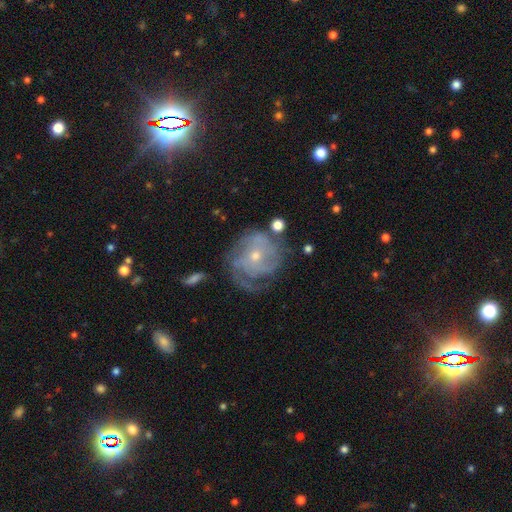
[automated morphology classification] This appears to be a featured or disk galaxy (80%) with no bar (74%), tight (58%) spiral arms (91%) and a small central bulge (63%). Merging: none (59%).